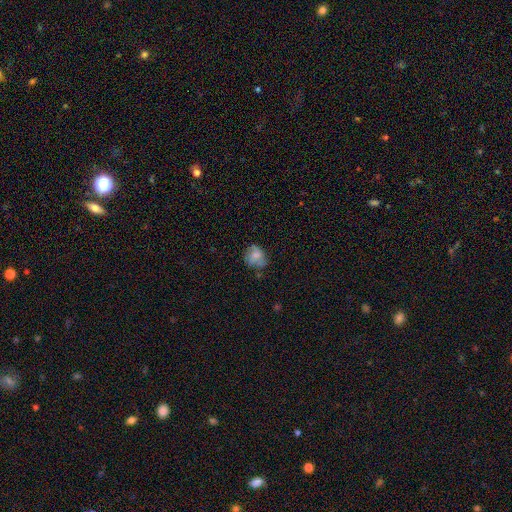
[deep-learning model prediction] The model was most divided on "how rounded": round: 62%, in between: 37%, cigar-shaped: 1%. More confident: smooth or featured — smooth (62%); merging — none (58%).